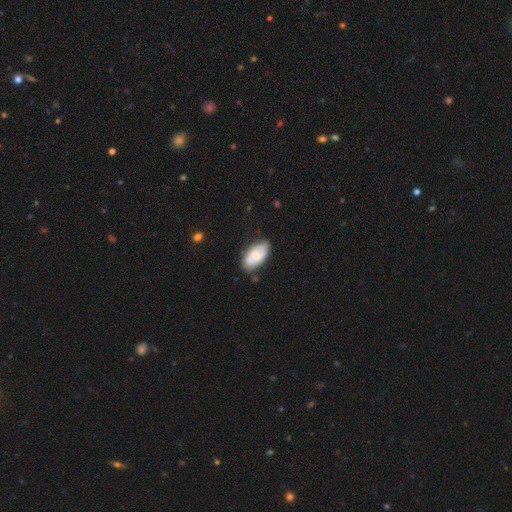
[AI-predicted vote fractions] This is possibly a smooth galaxy (53%). How rounded: clearly in between (94%). Merging: likely none (72%).